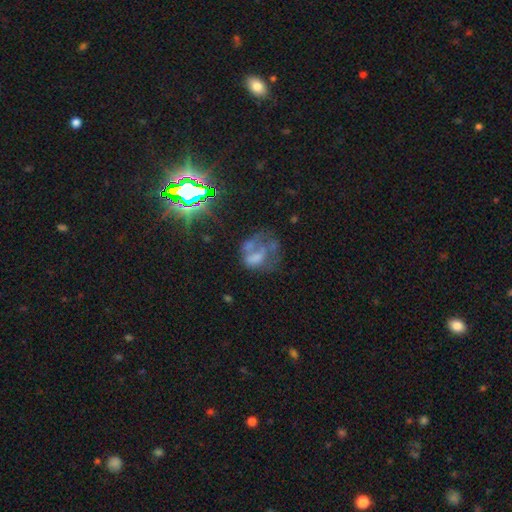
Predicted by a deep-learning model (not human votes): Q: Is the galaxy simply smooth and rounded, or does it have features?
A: featured or disk — 42%.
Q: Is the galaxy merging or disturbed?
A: major disturbance — 41%.